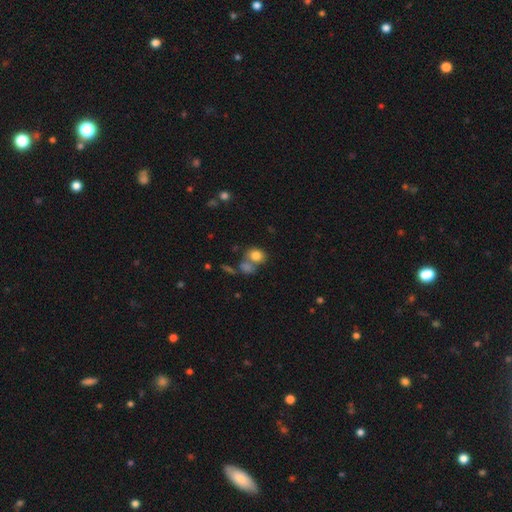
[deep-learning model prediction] Overall: smooth (79%). How rounded: round (57%; in between 42%). Merging: none (47%; merger 34%).